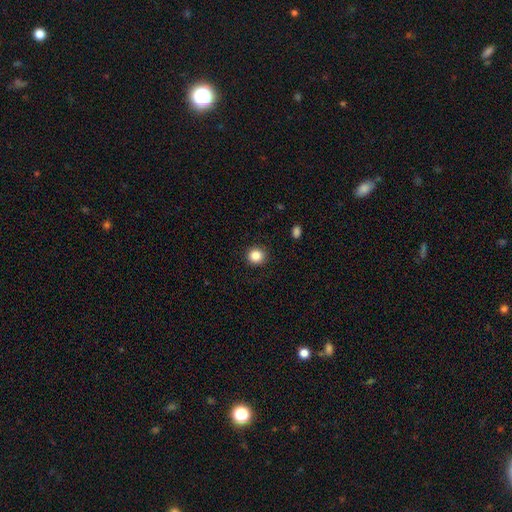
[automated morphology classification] smooth 87%, star or artifact 10%, featured or disk 3%. Down the decision tree: how rounded — round (91%); merging — none (91%).